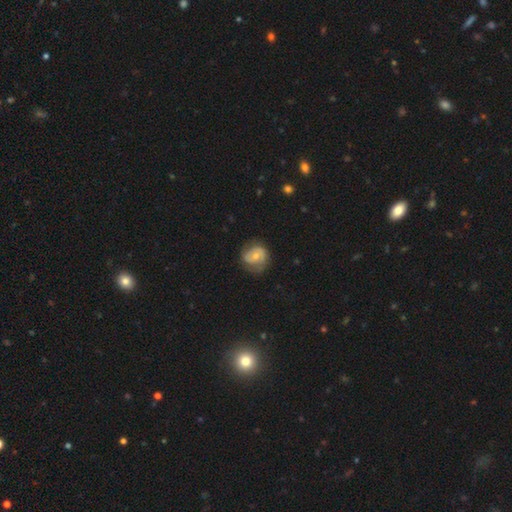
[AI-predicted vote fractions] This is possibly a featured or disk galaxy (55%). It is clearly not viewed edge-on (97%). Bar: likely no (63%). Spiral arm pattern: likely yes (77%). Central bulge: possibly moderate (49%). Merging: likely none (64%).